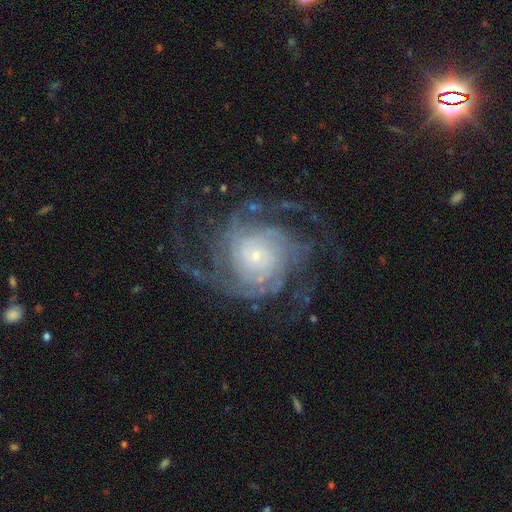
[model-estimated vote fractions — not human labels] Smooth or featured? featured or disk (89%)
Edge-on disk? no (98%)
Bar? no (77%)
Spiral arms? yes (97%)
Spiral winding? tight (51%)
Spiral arm count? 2 (25%)
Bulge size? small (79%)
Merging? none (67%)